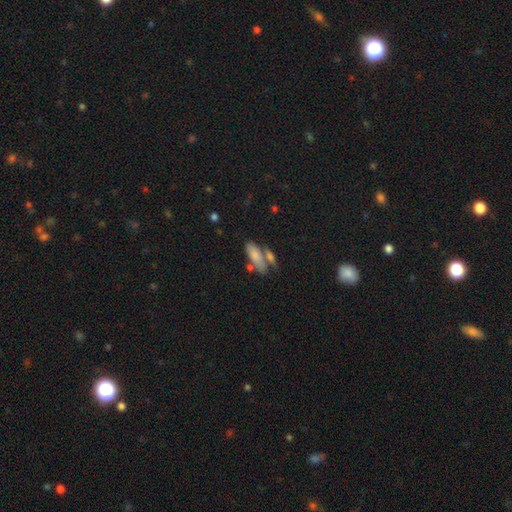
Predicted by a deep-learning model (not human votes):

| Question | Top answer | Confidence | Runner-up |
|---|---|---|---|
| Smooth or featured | smooth | 76% | featured or disk (17%) |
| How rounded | in between | 75% | cigar-shaped (23%) |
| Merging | none | 43% | merger (35%) |